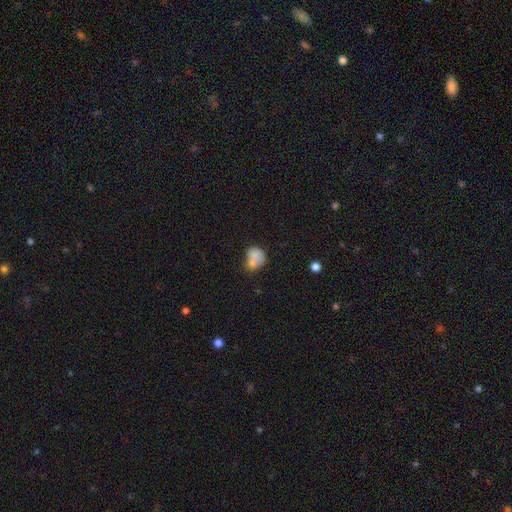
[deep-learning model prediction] smooth 77%, featured or disk 14%, star or artifact 9%. Down the decision tree: how rounded — round (56%); merging — merger (48%).